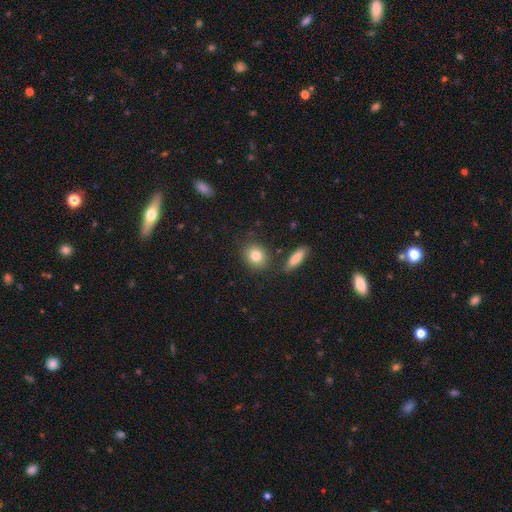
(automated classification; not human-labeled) This appears to be a smooth galaxy with no disk features (82%) that is round (60%). Merging: none (80%).